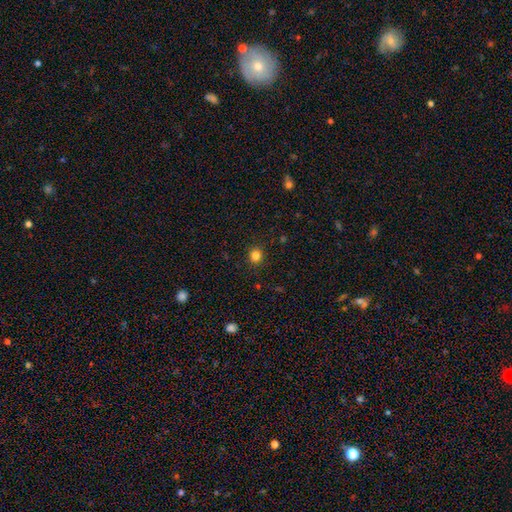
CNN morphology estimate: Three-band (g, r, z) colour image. It shows a smooth galaxy with no disk features (83%) that is round (88%). Merging: none (91%).